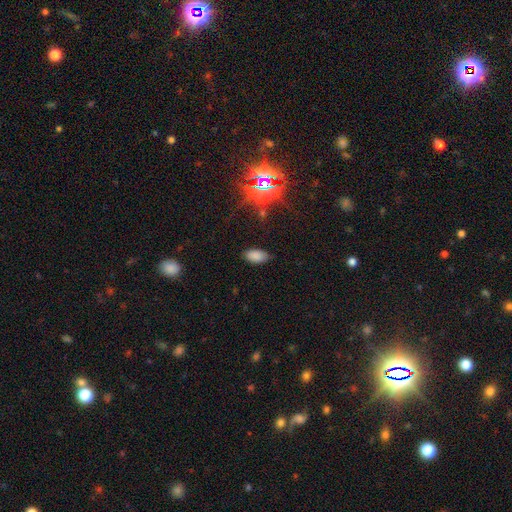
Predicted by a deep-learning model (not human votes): This appears to be a smooth galaxy with no disk features (80%) that is in between round and cigar-shaped (94%). Merging: none (84%).